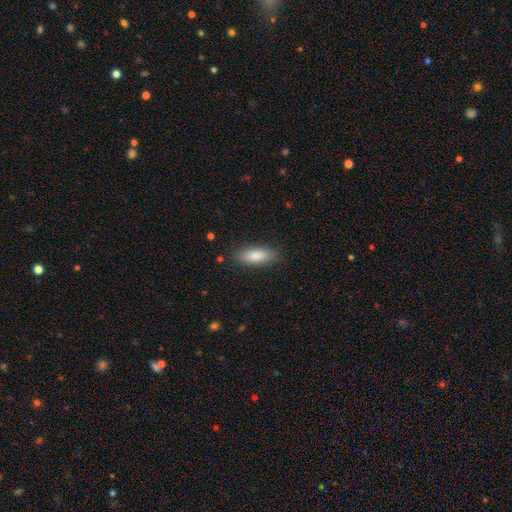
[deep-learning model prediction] The model was most divided on "how rounded": in between: 71%, cigar-shaped: 27%, round: 2%. More confident: merging — none (85%); smooth or featured — smooth (84%).